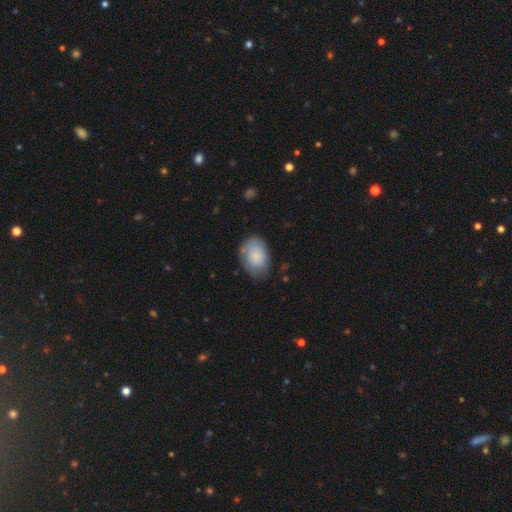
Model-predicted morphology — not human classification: This appears to be a smooth galaxy with no disk features (82%) that is in between round and cigar-shaped (83%). Merging: none (63%).